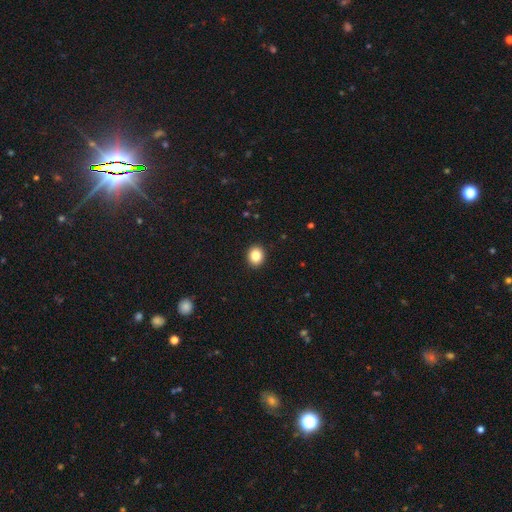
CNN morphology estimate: Smooth or featured: smooth — 85% (star or artifact — 10%)
How rounded: round — 67% (in between — 32%)
Merging: none — 92% (minor disturbance — 5%)